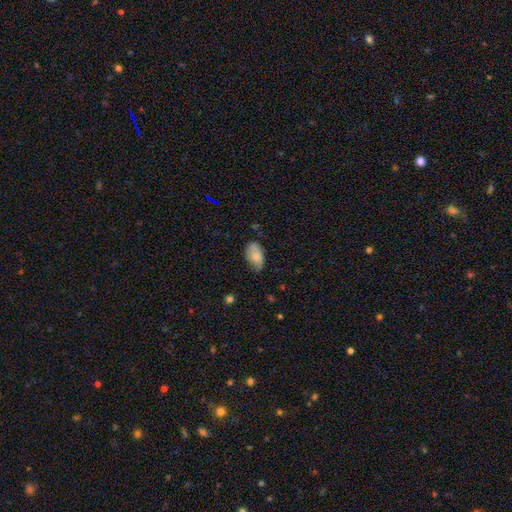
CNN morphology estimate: Smooth or featured? smooth (72%)
How rounded? in between (93%)
Merging? none (59%)